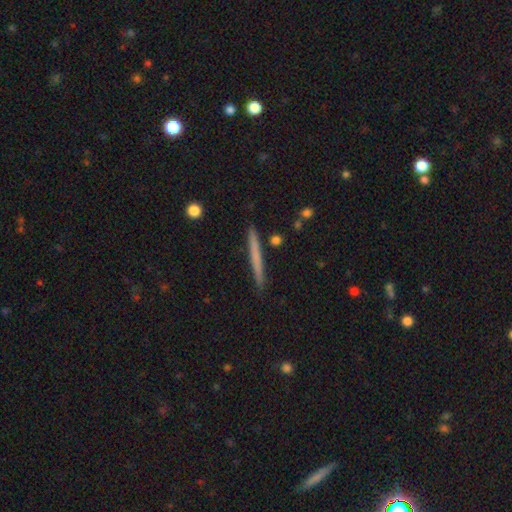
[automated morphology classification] A smooth galaxy with no disk features (57%) that is cigar-shaped (97%). Merging: none (91%).